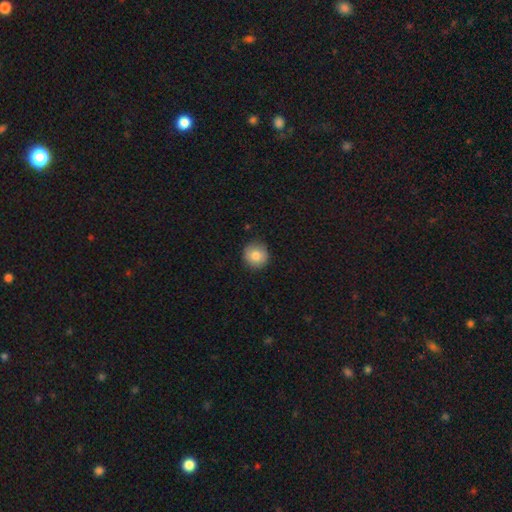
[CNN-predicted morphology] A smooth galaxy with no disk features (82%) that is round (94%). Merging: none (90%).